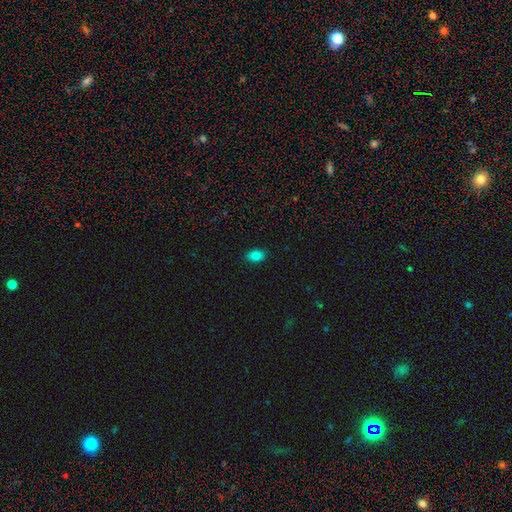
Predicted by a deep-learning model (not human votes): Smooth or featured? Predicted: smooth (p=0.83). How rounded? Predicted: in between (p=0.88). Merging? Predicted: none (p=0.88).